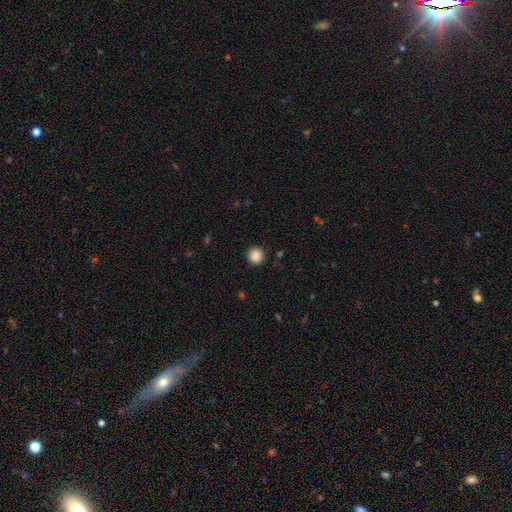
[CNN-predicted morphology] Overall: smooth (87%). How rounded: round (94%). Merging: none (91%).